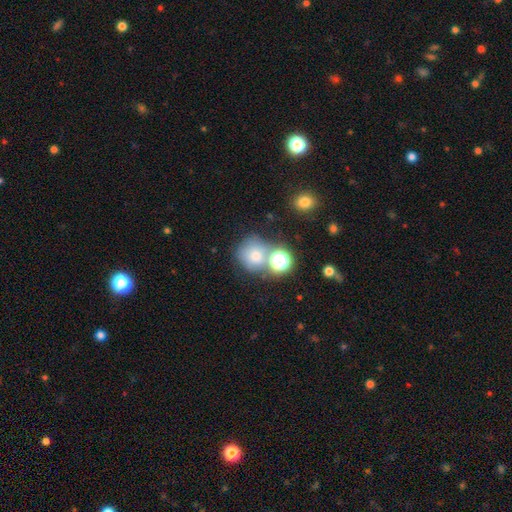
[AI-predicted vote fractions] Morphology: type=smooth (66%); roundness=round (83%); merging=none (52%).